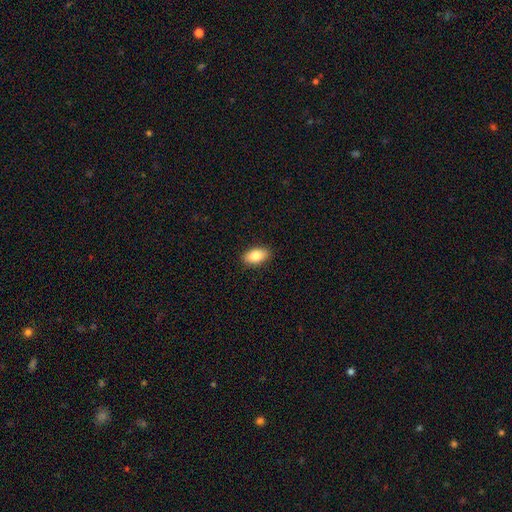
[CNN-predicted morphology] Smooth or featured: smooth — 84% (featured or disk — 9%)
How rounded: in between — 92% (round — 5%)
Merging: none — 89% (minor disturbance — 8%)